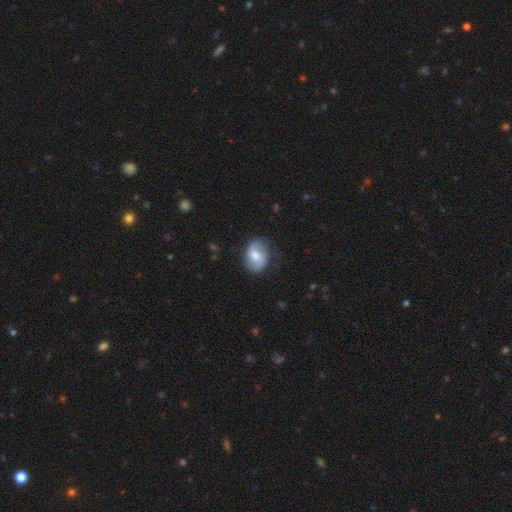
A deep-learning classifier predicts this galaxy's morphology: smooth-or-featured: featured or disk: 52% | smooth: 41% | star or artifact: 7%
  disk-edge-on: no: 97% | yes: 3%
  merging: none: 73% | minor disturbance: 20% | major disturbance: 6% | merger: 1%